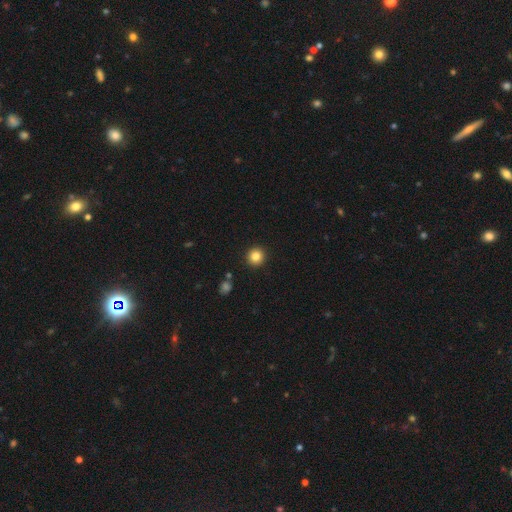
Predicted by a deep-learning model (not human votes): Smooth or featured? smooth (83%)
How rounded? round (94%)
Merging? none (92%)